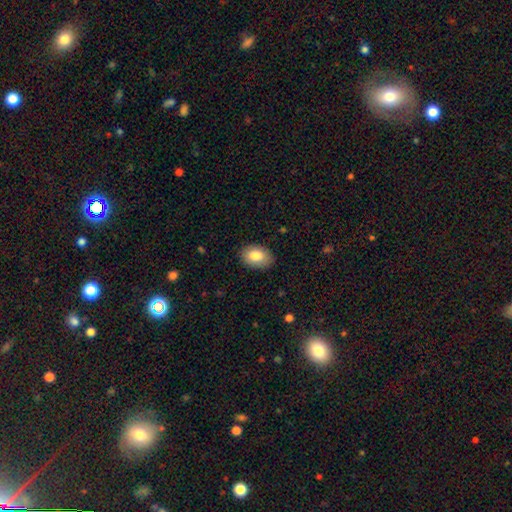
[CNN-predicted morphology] Smooth or featured: smooth — 84% (featured or disk — 10%)
How rounded: in between — 88% (round — 11%)
Merging: none — 86% (minor disturbance — 11%)